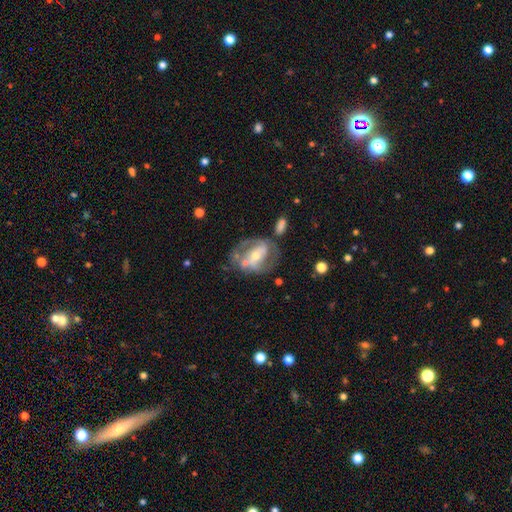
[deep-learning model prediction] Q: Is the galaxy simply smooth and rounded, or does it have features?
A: featured or disk — 79%.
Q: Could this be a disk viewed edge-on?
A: no — 95%.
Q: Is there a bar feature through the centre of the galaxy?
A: strong — 43%.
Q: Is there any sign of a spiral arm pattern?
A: yes — 75%.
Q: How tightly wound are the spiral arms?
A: medium — 46%.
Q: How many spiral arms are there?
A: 2 — 74%.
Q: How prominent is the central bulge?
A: moderate — 50%.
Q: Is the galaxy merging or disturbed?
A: none — 53%.